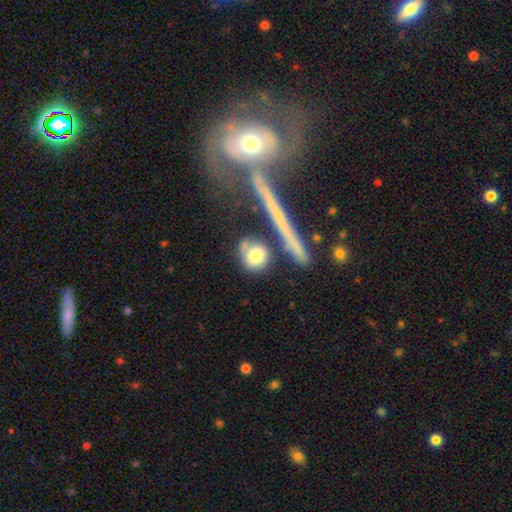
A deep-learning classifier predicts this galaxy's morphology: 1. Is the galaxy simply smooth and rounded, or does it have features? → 75% smooth, 16% featured or disk, 9% star or artifact.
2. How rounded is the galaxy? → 78% round, 13% in between, 9% cigar-shaped.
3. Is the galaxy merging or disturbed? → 68% none, 13% minor disturbance, 13% merger, 6% major disturbance.